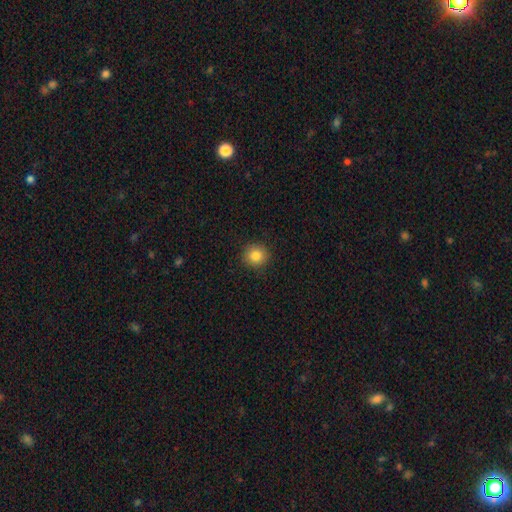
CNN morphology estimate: smooth_or_featured: smooth (p=0.84) [alt: star or artifact p=0.11]
how_rounded: round (p=0.91) [alt: in between p=0.08]
merging: none (p=0.91) [alt: minor disturbance p=0.06]